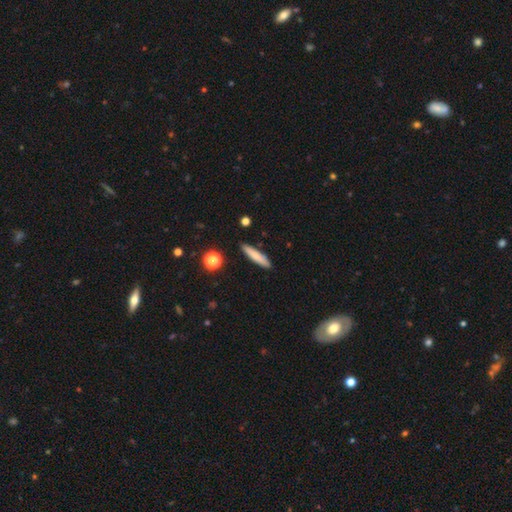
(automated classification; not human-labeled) A smooth galaxy with no disk features (75%) that is cigar-shaped (85%).

Vote fractions:
- Smooth or featured? smooth: 75% / featured or disk: 18% / star or artifact: 7%
- How rounded? cigar-shaped: 85% / in between: 13% / round: 2%
- Merging? none: 88% / minor disturbance: 8% / merger: 2% / major disturbance: 2%